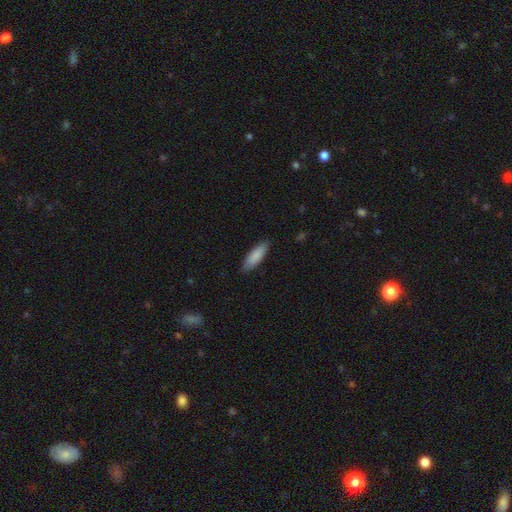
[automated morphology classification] This is clearly a smooth galaxy (88%). How rounded: possibly in between (51%). Merging: clearly none (87%).